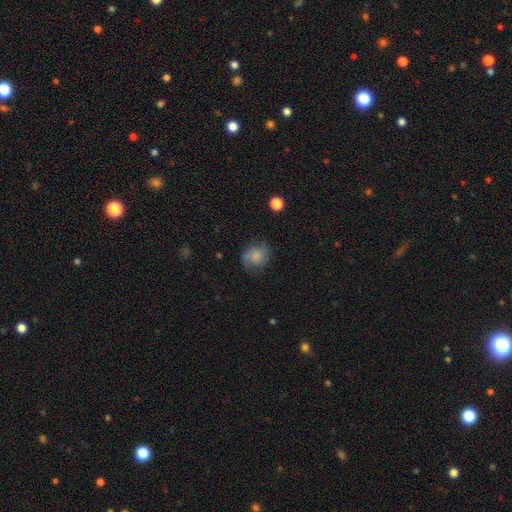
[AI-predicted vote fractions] A smooth galaxy with no disk features (49%). Merging: none (67%).